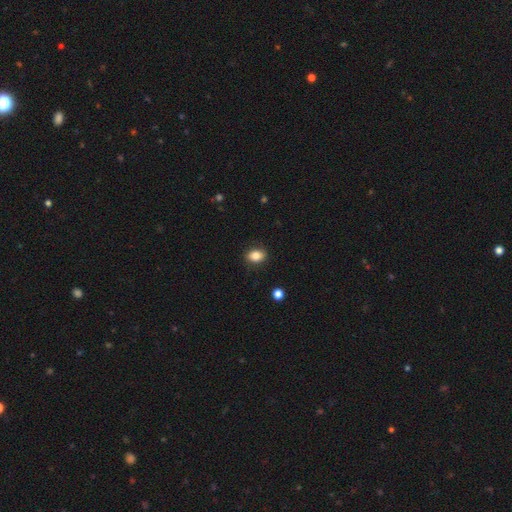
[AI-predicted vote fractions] Smooth or featured?
  - smooth: 84% *
  - star or artifact: 9%
  - featured or disk: 7%
How rounded?
  - in between: 69% *
  - round: 30%
  - cigar-shaped: 1%
Merging?
  - none: 87% *
  - minor disturbance: 9%
  - major disturbance: 2%
  - merger: 1%